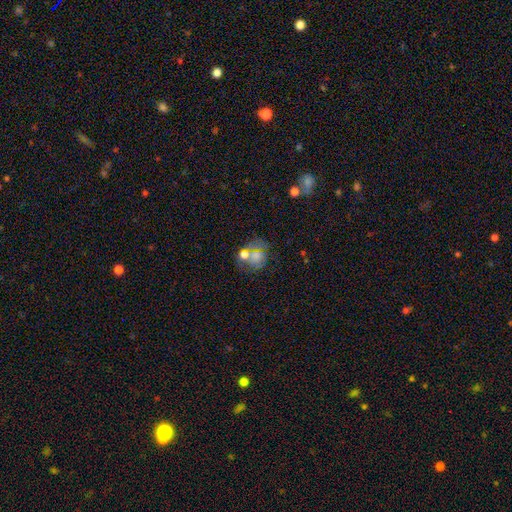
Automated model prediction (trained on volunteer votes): This appears to be a smooth galaxy with no disk features (55%) that is round (77%). Merging: none (52%).